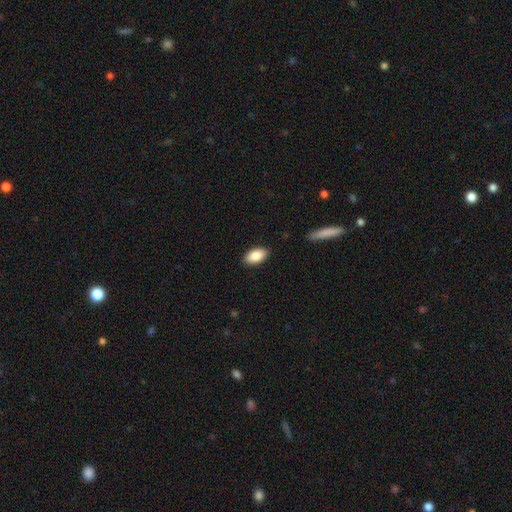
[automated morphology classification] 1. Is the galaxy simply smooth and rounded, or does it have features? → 87% smooth, 7% featured or disk, 6% star or artifact.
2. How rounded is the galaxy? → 94% in between, 4% round, 2% cigar-shaped.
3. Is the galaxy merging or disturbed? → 89% none, 8% minor disturbance, 2% major disturbance, 1% merger.